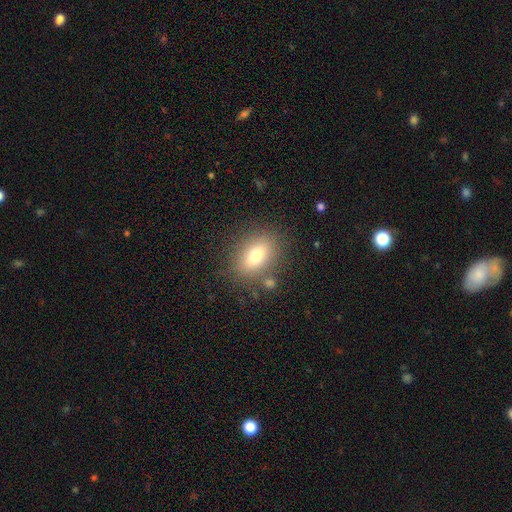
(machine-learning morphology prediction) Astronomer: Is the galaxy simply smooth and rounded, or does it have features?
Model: smooth — 75%.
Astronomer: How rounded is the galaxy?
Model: in between — 79%.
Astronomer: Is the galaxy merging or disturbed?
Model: none — 80%.